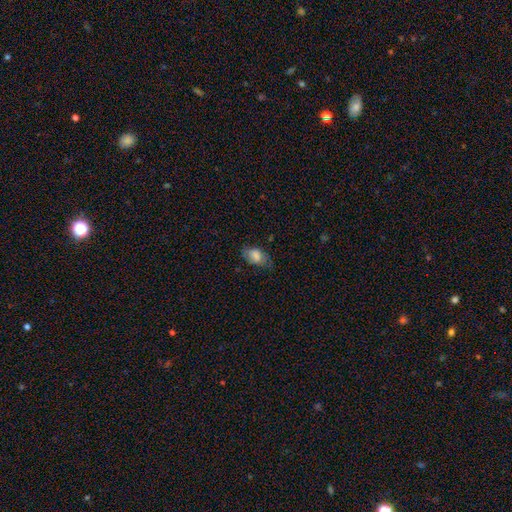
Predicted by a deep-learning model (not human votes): The model was most divided on "merging": none: 62%, minor disturbance: 27%, major disturbance: 10%, merger: 1%. More confident: how rounded — in between (90%); smooth or featured — smooth (77%).